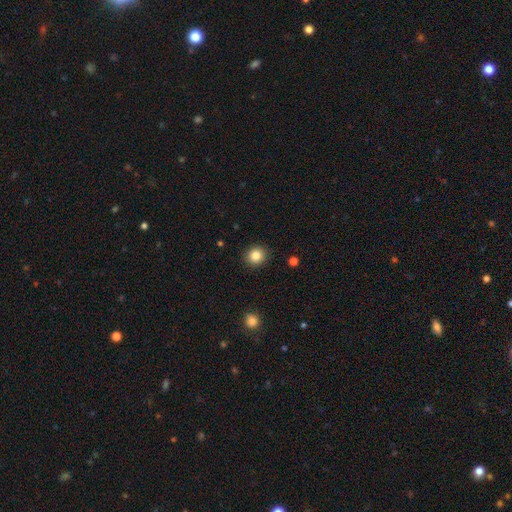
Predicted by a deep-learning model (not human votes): A smooth galaxy with no disk features (85%) that is round (87%).

Vote fractions:
- Smooth or featured? smooth: 85% / star or artifact: 10% / featured or disk: 5%
- How rounded? round: 87% / in between: 13% / cigar-shaped: 1%
- Merging? none: 91% / minor disturbance: 6% / major disturbance: 2% / merger: 1%